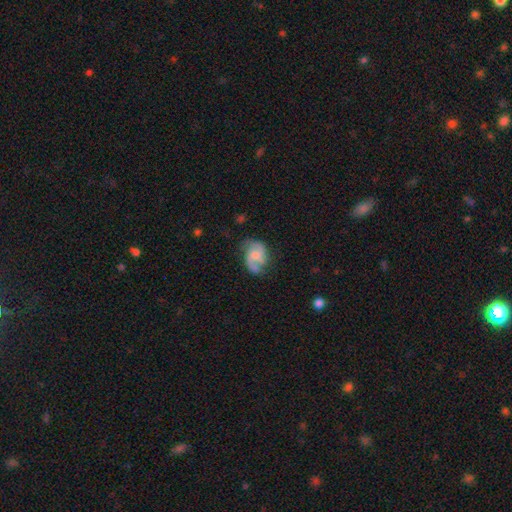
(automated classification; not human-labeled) The model was most divided on "spiral winding": medium: 44%, loose: 38%, tight: 18%. Remaining: edge-on disk — no (98%); spiral arms — yes (85%); spiral arm count — 2 (69%); bar — no (63%); smooth or featured — featured or disk (62%); merging — none (46%); bulge size — small (36%).